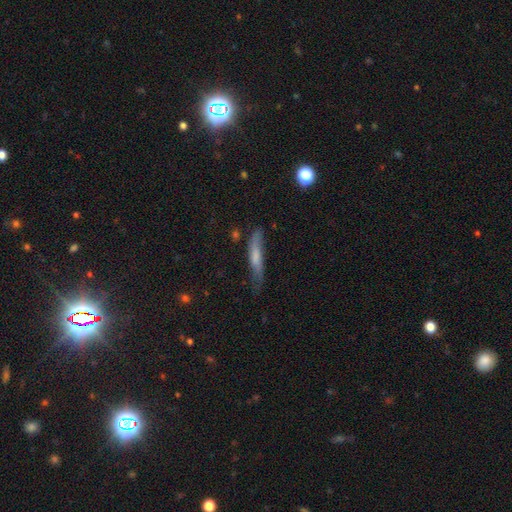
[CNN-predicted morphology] Smooth or featured? smooth (59%)
How rounded? cigar-shaped (85%)
Merging? none (57%)